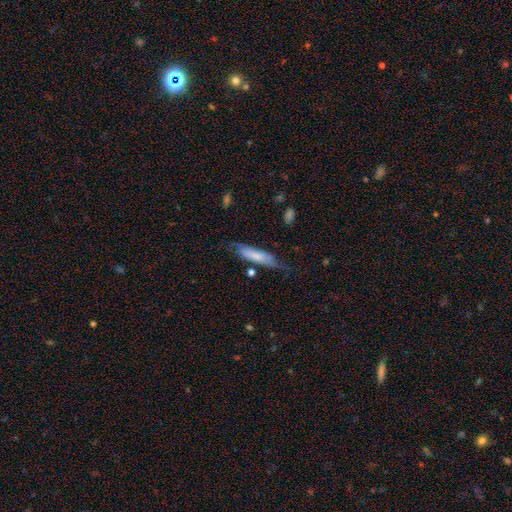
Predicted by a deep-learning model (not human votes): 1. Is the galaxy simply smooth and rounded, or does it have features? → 64% smooth, 30% featured or disk, 6% star or artifact.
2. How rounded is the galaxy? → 73% cigar-shaped, 25% in between, 2% round.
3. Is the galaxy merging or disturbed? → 58% none, 27% minor disturbance, 11% major disturbance, 3% merger.